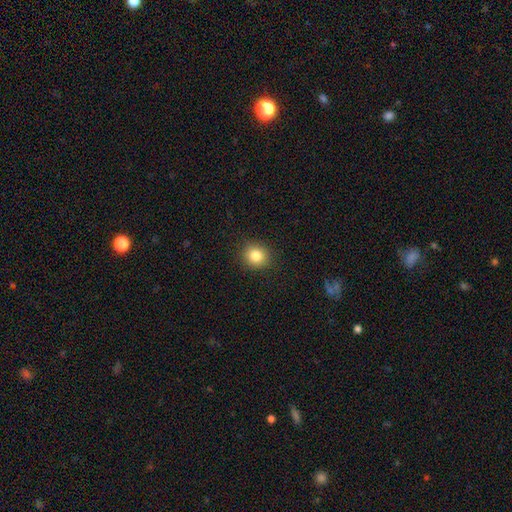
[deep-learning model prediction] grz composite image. It shows a smooth galaxy with no disk features (83%) that is round (85%). Merging: none (91%).